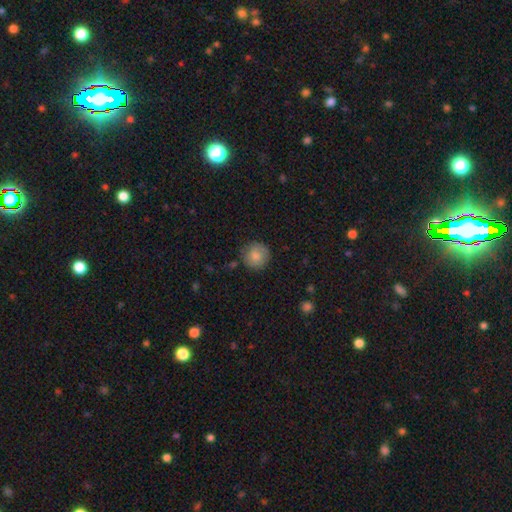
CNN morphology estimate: A smooth galaxy with no disk features (83%) that is round (93%). Merging: none (83%).